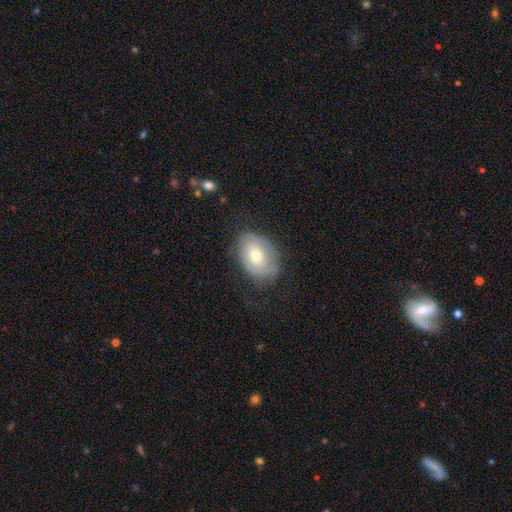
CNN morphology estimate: This appears to be a featured or disk galaxy (52%). Merging: none (68%).